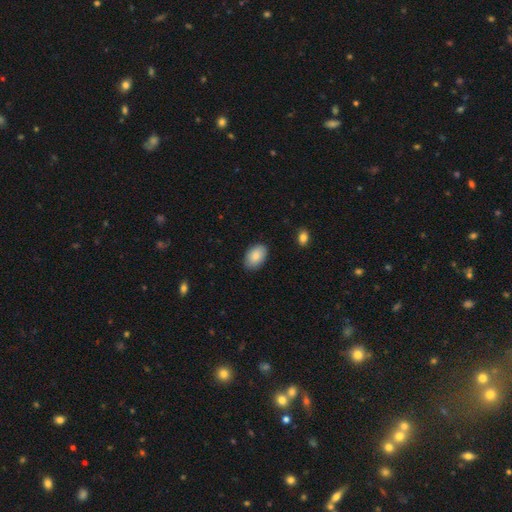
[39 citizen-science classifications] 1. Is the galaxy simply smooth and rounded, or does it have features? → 74% smooth, 15% featured or disk, 10% star or artifact.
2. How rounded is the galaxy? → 93% in between, 3% round, 3% cigar-shaped.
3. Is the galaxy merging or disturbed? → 91% none, 6% major disturbance, 3% minor disturbance, 0% merger.